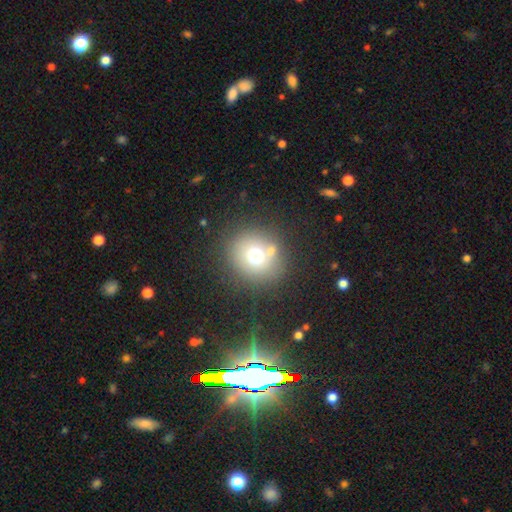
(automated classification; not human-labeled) Smooth or featured? smooth (67%)
How rounded? round (86%)
Merging? none (71%)